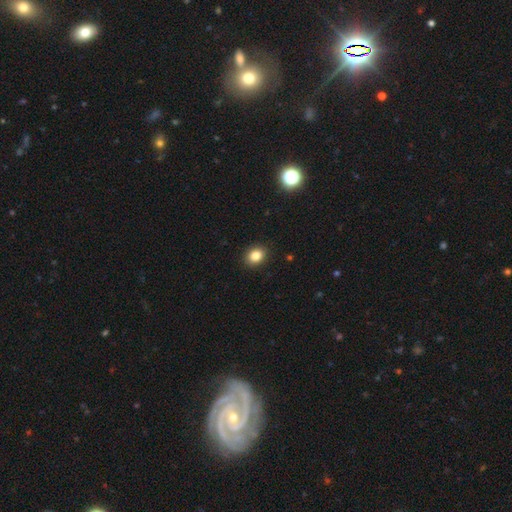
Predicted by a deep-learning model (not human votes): Q: Smooth or featured?
A: smooth (84%); runner-up: star or artifact (10%)
Q: How rounded?
A: in between (53%); runner-up: round (46%)
Q: Merging?
A: none (90%); runner-up: minor disturbance (7%)